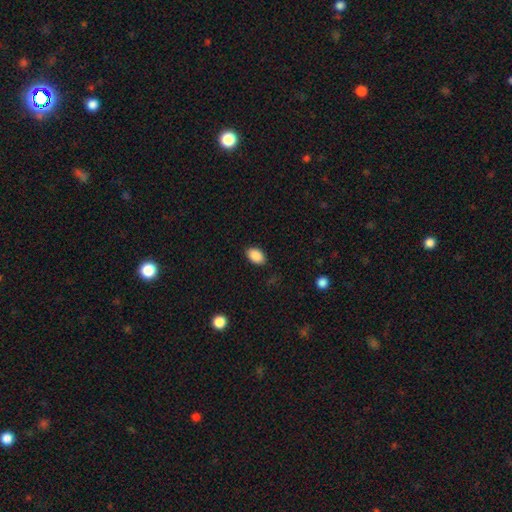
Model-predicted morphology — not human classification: Smooth or featured: smooth — 89% (star or artifact — 7%)
How rounded: in between — 89% (round — 10%)
Merging: none — 87% (minor disturbance — 10%)